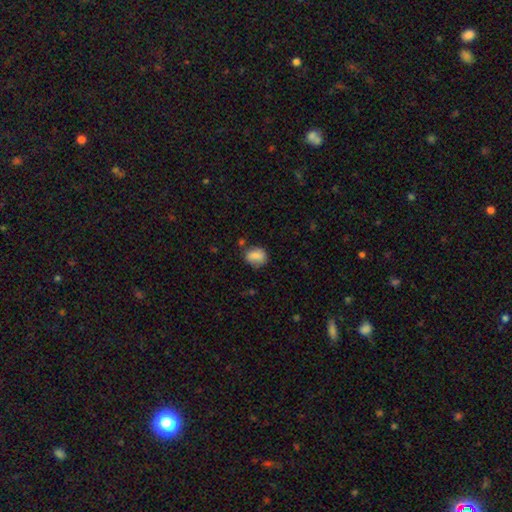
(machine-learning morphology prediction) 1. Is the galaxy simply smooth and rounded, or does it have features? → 81% smooth, 10% featured or disk, 8% star or artifact.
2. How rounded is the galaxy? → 52% in between, 46% round, 2% cigar-shaped.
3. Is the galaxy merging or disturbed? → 67% none, 22% minor disturbance, 6% major disturbance, 5% merger.